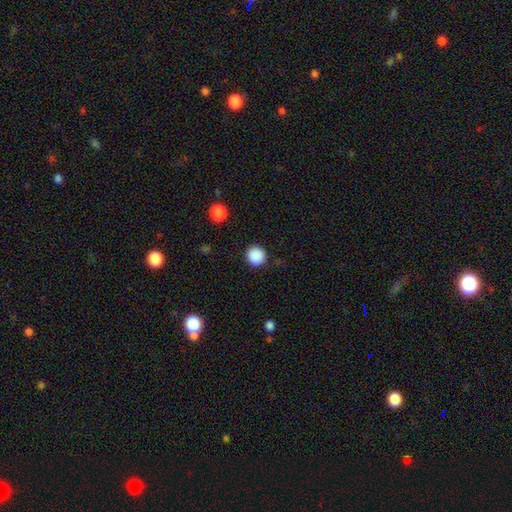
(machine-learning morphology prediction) Smooth or featured? Predicted: smooth (p=0.88). How rounded? Predicted: round (p=0.95). Merging? Predicted: none (p=0.91).